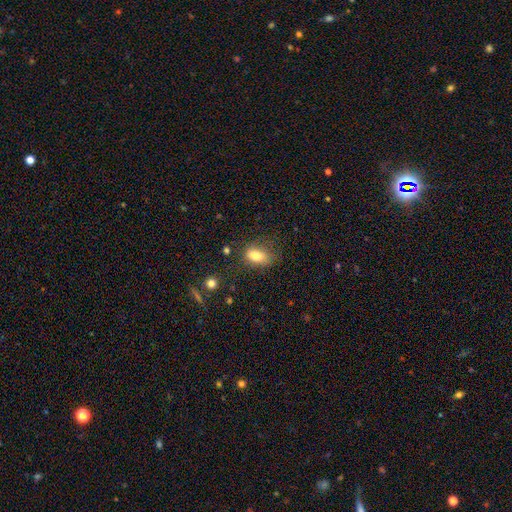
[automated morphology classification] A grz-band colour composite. It shows a smooth galaxy with no disk features (79%) that is in between round and cigar-shaped (87%). Merging: none (55%).